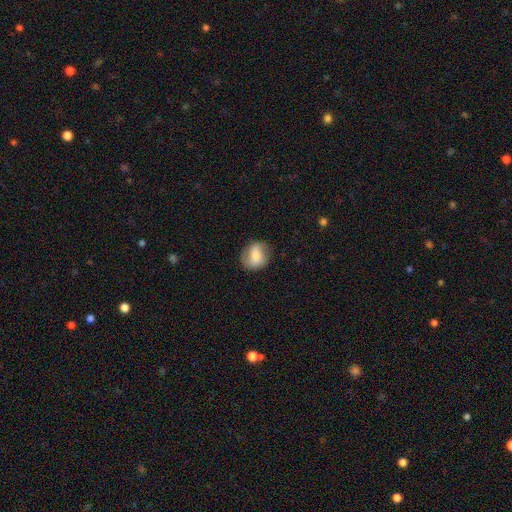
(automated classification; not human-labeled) Smooth or featured? smooth (62%)
How rounded? round (62%)
Merging? none (76%)